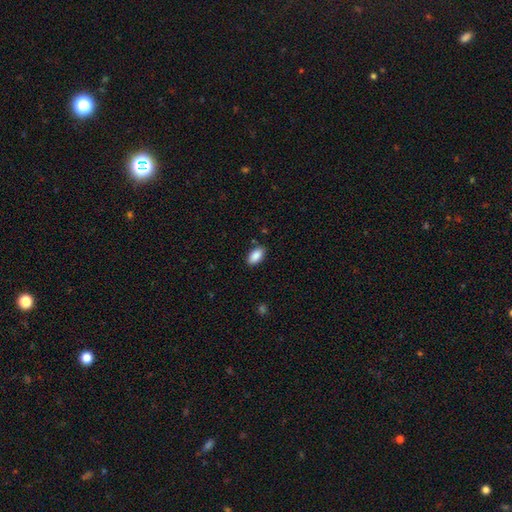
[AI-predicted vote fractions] Morphology: type=smooth (89%); roundness=in between (93%); merging=none (86%).